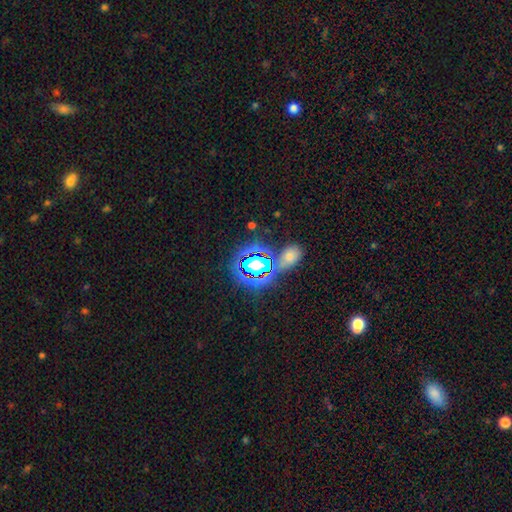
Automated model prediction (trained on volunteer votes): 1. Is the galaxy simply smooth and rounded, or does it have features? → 63% star or artifact, 24% smooth, 13% featured or disk.